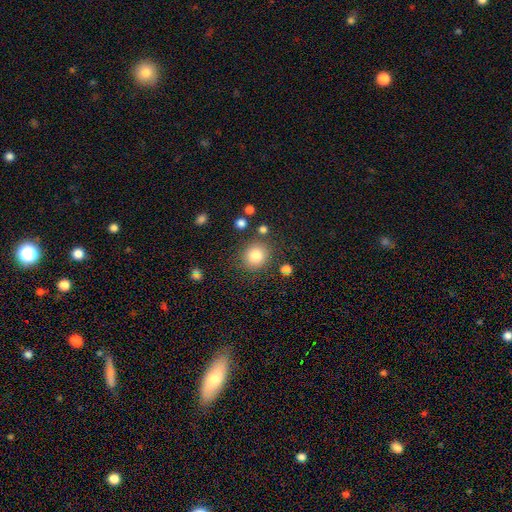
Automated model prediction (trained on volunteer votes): A smooth galaxy with no disk features (82%) that is round (84%). Merging: none (83%).